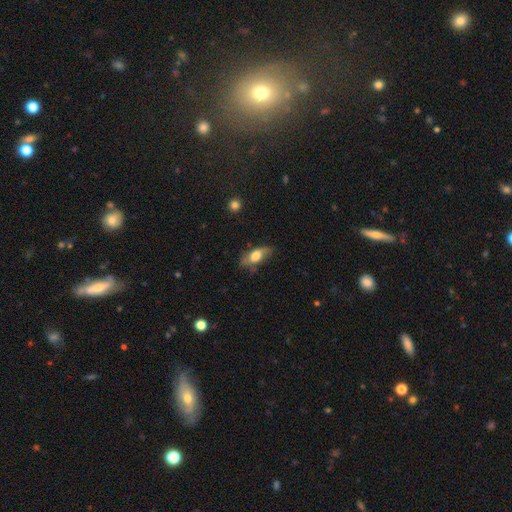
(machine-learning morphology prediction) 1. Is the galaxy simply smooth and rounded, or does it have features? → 62% smooth, 31% featured or disk, 7% star or artifact.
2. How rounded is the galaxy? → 81% in between, 14% cigar-shaped, 5% round.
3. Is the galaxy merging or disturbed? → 63% none, 26% minor disturbance, 9% major disturbance, 2% merger.